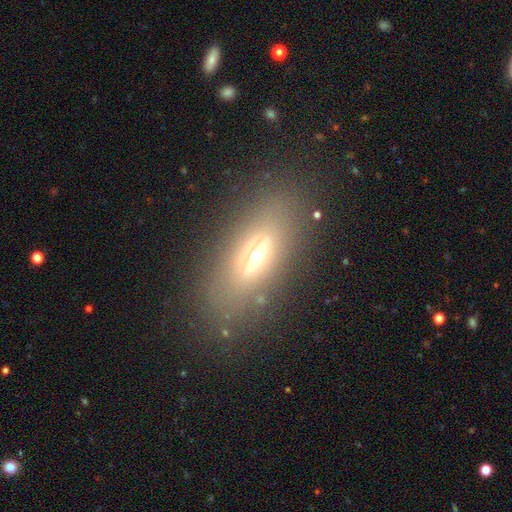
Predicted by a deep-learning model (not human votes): This is marginally a featured or disk galaxy (43%, tied with smooth). Merging: clearly none (81%).